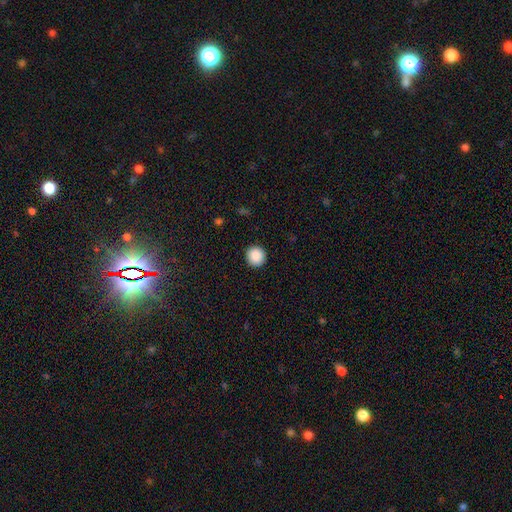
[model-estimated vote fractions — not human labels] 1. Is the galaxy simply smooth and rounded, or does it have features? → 89% smooth, 8% star or artifact, 3% featured or disk.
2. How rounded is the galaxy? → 93% round, 6% in between, 1% cigar-shaped.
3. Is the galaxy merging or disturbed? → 92% none, 5% minor disturbance, 2% major disturbance, 1% merger.